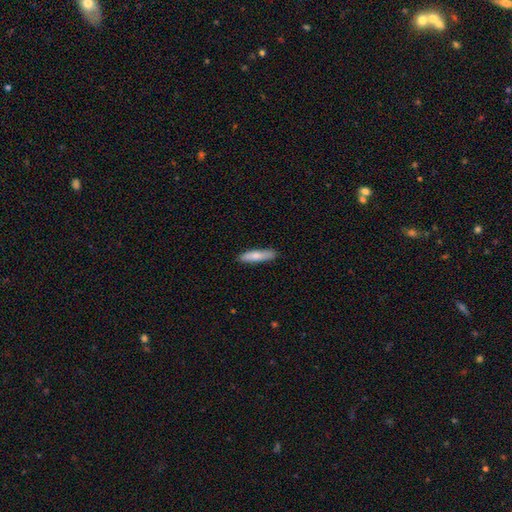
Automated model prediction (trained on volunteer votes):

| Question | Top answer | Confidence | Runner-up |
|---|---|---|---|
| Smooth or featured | smooth | 77% | featured or disk (17%) |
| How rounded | cigar-shaped | 78% | in between (21%) |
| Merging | none | 87% | minor disturbance (10%) |